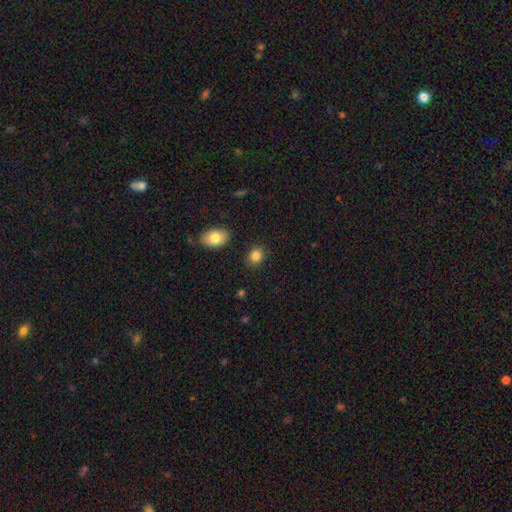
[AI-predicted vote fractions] This appears to be a smooth galaxy with no disk features (85%) that is round (51%). Merging: none (86%).